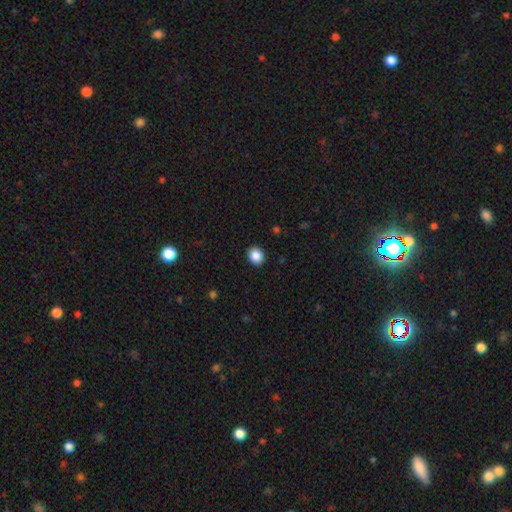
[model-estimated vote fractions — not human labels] This is clearly a smooth galaxy (88%). How rounded: likely round (63%). Merging: clearly none (91%).